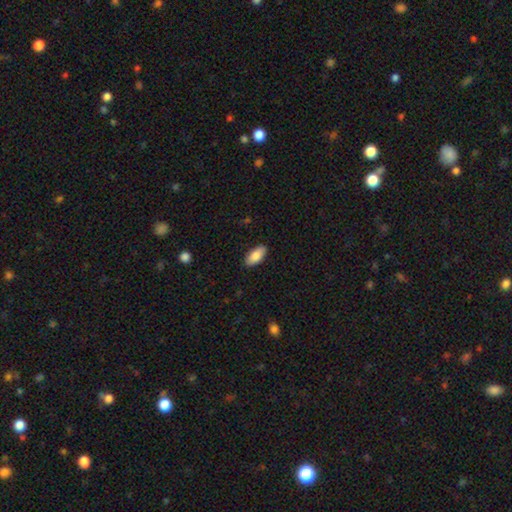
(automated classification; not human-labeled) This is clearly a smooth galaxy (84%). How rounded: clearly in between (90%). Merging: clearly none (88%).